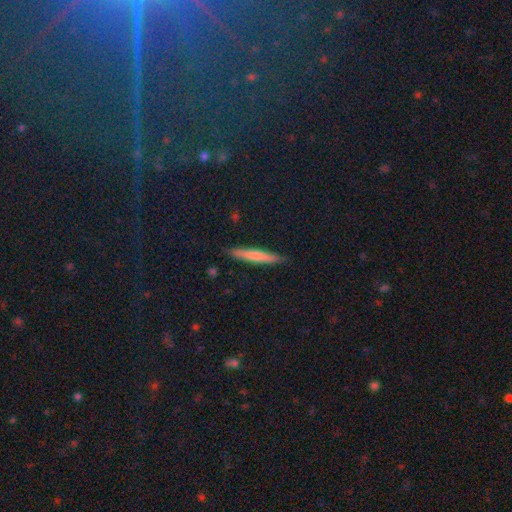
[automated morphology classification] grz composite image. It shows a smooth galaxy with no disk features (65%) that is cigar-shaped (94%). Merging: none (89%).